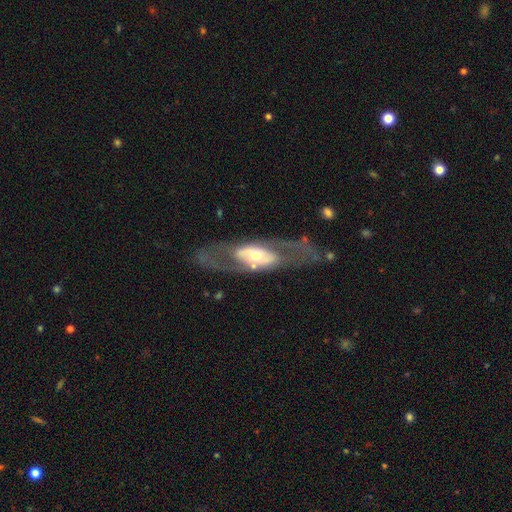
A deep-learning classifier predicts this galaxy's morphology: This is likely a featured or disk galaxy (72%). It is clearly not viewed edge-on (82%). Bar: likely no (62%). Spiral arm pattern: possibly no (52%). Central bulge: likely moderate (60%). Merging: likely none (62%).